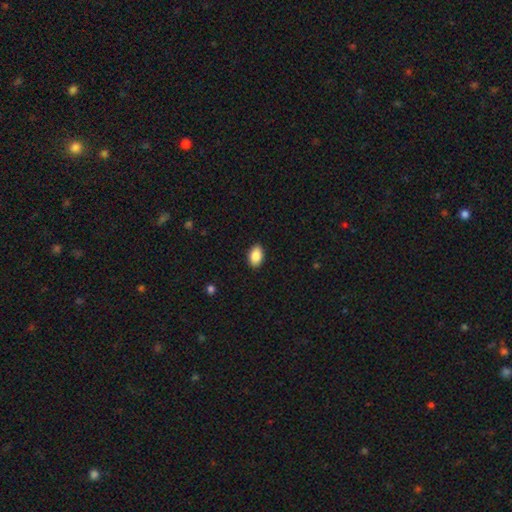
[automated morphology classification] Smooth or featured: smooth — 87% (star or artifact — 7%)
How rounded: in between — 91% (round — 8%)
Merging: none — 90% (minor disturbance — 7%)